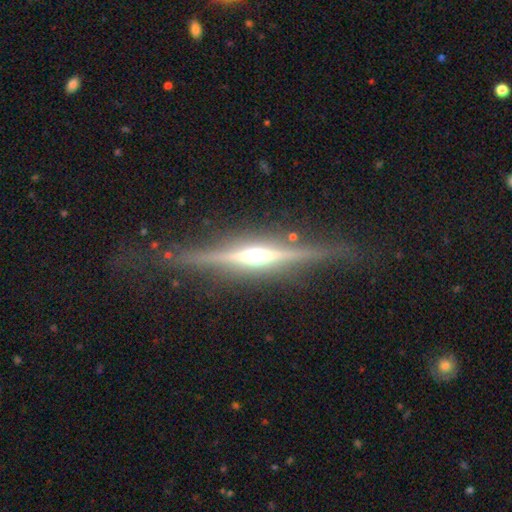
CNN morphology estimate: smooth_or_featured: featured or disk (p=0.85) [alt: smooth p=0.09]
disk_edge_on: yes (p=0.98) [alt: no p=0.02]
edge_on_bulge: rounded (p=0.90) [alt: boxy p=0.06]
merging: none (p=0.86) [alt: minor disturbance p=0.10]